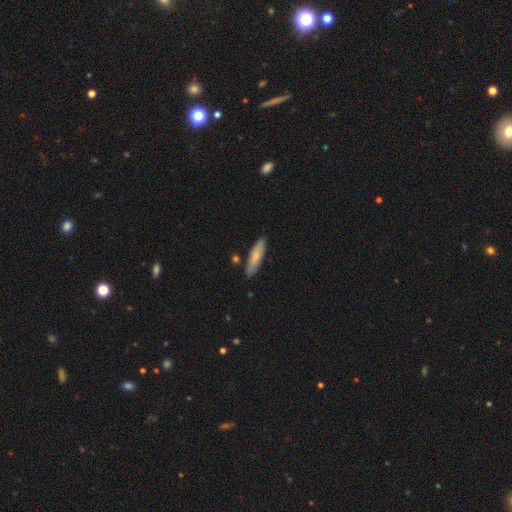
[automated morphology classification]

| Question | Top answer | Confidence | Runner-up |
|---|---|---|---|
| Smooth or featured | smooth | 77% | featured or disk (18%) |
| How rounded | cigar-shaped | 70% | in between (28%) |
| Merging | none | 84% | minor disturbance (11%) |